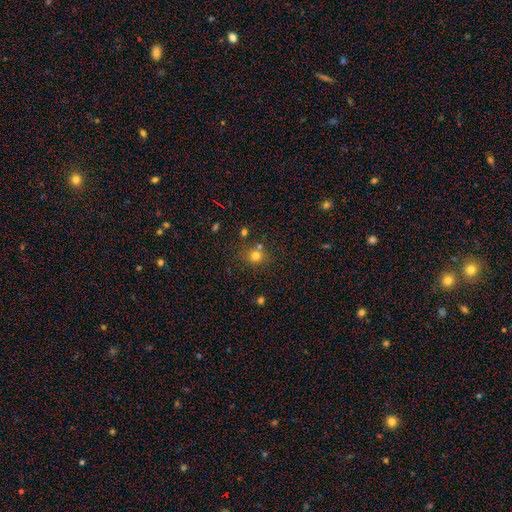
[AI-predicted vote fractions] Morphology: type=smooth (75%); roundness=round (83%); merging=none (71%).